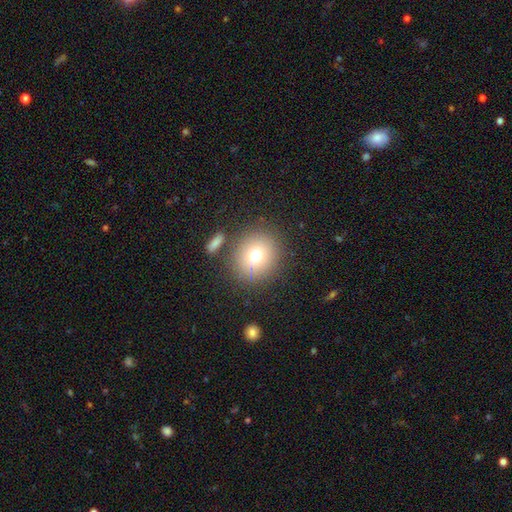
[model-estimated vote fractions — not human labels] A smooth galaxy with no disk features (73%) that is round (87%). Merging: none (81%).